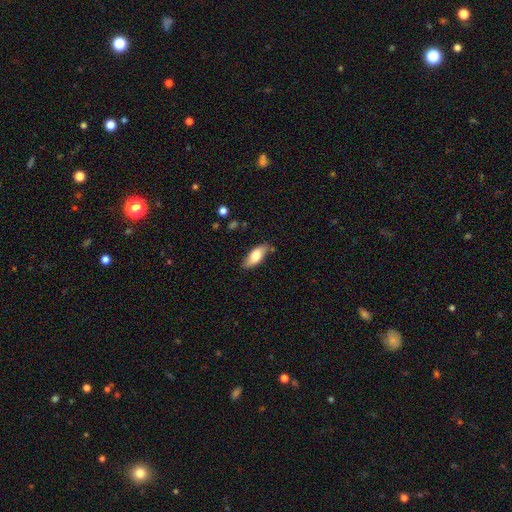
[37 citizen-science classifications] smooth_or_featured: smooth (p=0.68) [alt: featured or disk p=0.30]
how_rounded: in between (p=0.76) [alt: cigar-shaped p=0.24]
merging: none (p=0.67) [alt: minor disturbance p=0.25]